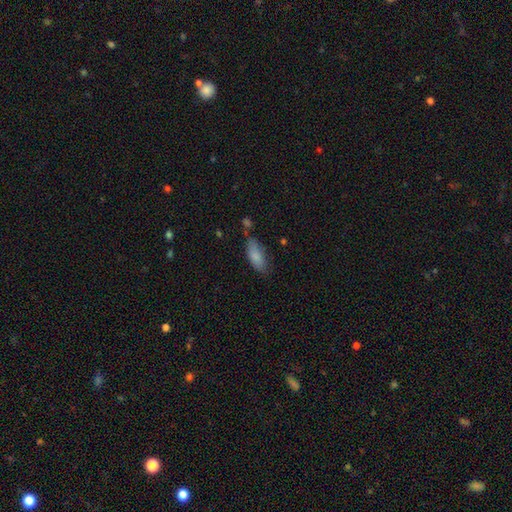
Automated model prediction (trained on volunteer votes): Q: Smooth or featured?
A: smooth (85%); runner-up: featured or disk (8%)
Q: How rounded?
A: in between (79%); runner-up: cigar-shaped (19%)
Q: Merging?
A: none (61%); runner-up: minor disturbance (26%)